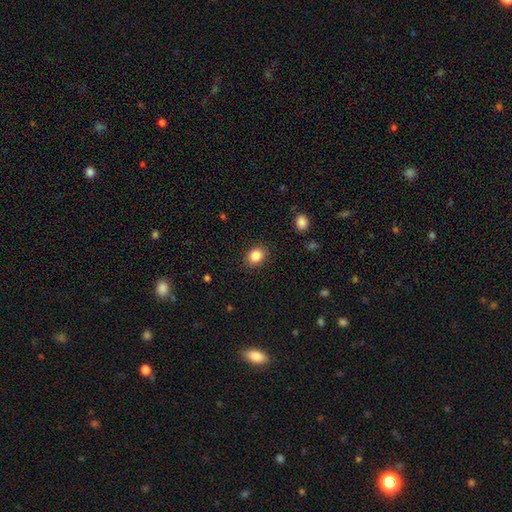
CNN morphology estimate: Smooth or featured? smooth (86%)
How rounded? in between (51%)
Merging? none (87%)